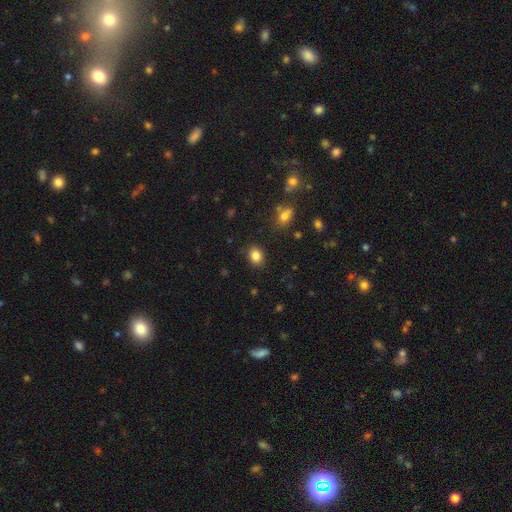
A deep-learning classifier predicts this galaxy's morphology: Smooth or featured: smooth — 85% (star or artifact — 10%)
How rounded: in between — 53% (round — 46%)
Merging: none — 86% (minor disturbance — 9%)